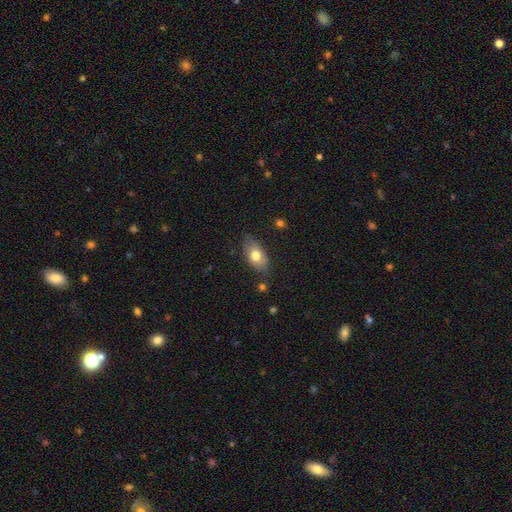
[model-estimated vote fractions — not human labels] A smooth galaxy with no disk features (73%) that is in between round and cigar-shaped (89%).

Vote fractions:
- Smooth or featured? smooth: 73% / featured or disk: 20% / star or artifact: 7%
- How rounded? in between: 89% / round: 6% / cigar-shaped: 5%
- Merging? none: 78% / minor disturbance: 17% / major disturbance: 3% / merger: 2%